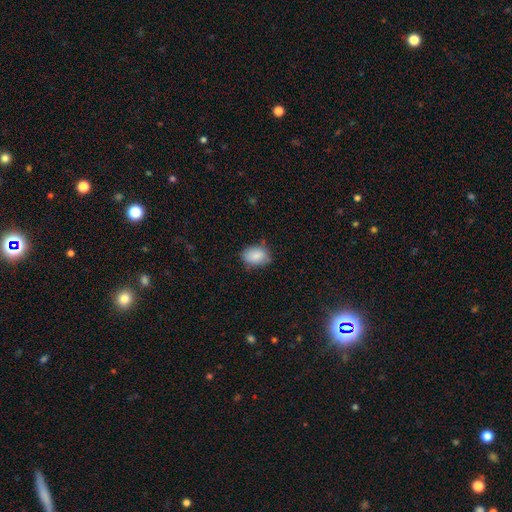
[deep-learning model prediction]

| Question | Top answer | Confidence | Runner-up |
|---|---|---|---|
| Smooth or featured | smooth | 86% | star or artifact (7%) |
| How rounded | in between | 79% | round (20%) |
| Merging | none | 72% | minor disturbance (23%) |